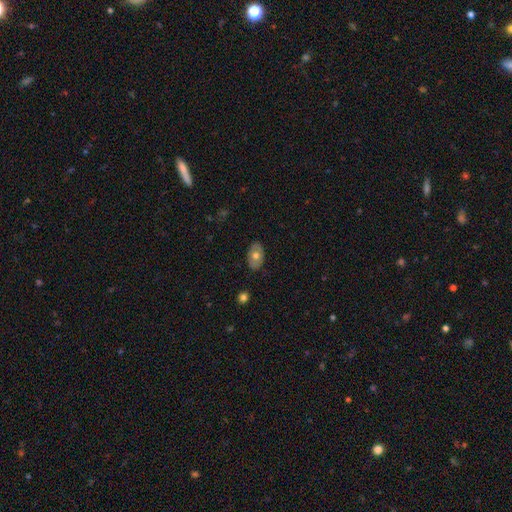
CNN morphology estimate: Smooth or featured: smooth — 64% (featured or disk — 29%)
How rounded: in between — 89% (round — 9%)
Merging: none — 84% (minor disturbance — 12%)